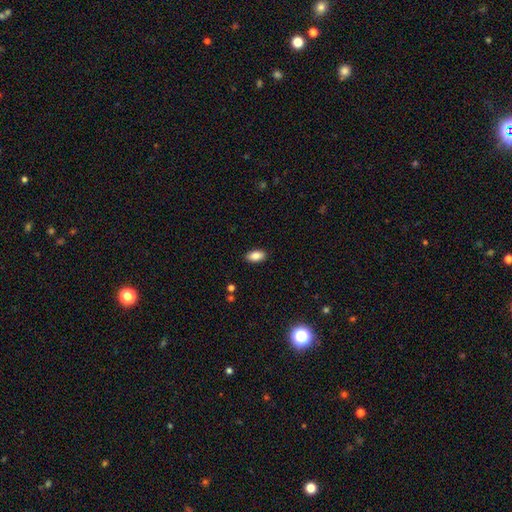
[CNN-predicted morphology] This is clearly a smooth galaxy (86%). How rounded: clearly in between (92%). Merging: clearly none (89%).